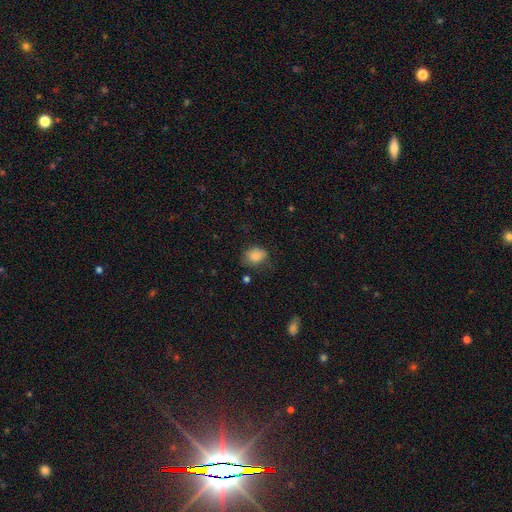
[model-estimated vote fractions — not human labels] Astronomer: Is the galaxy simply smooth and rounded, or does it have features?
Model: smooth — 85%.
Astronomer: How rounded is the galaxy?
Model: in between — 63%.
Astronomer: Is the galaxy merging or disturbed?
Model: none — 61%.